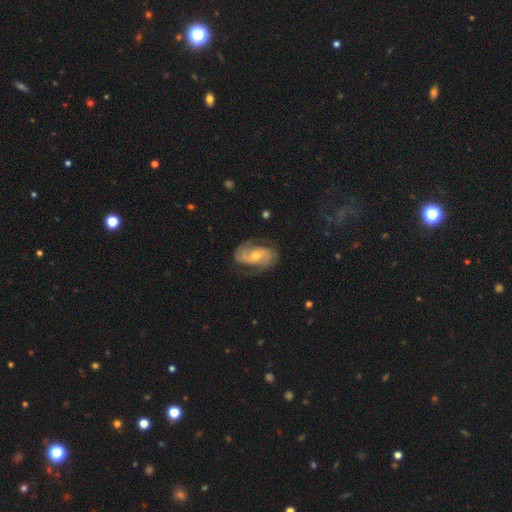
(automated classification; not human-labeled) Morphology: type=featured or disk (83%); edge-on=no (96%); bar=no (53%); spiral arms=yes (94%); winding=medium (46%); arm count=2 (85%); bulge=moderate (58%); merging=none (70%).